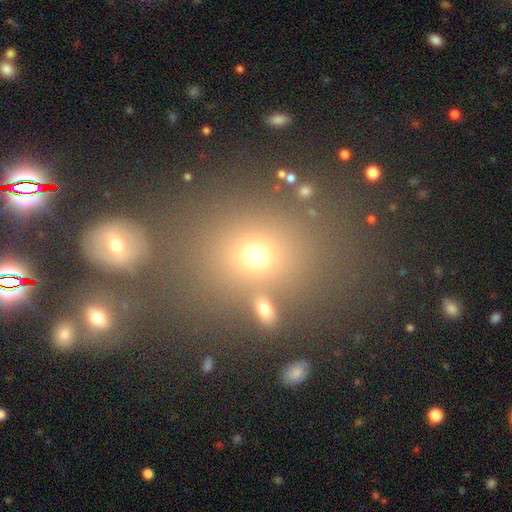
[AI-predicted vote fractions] Smooth or featured? Predicted: smooth (p=0.64). How rounded? Predicted: round (p=0.69). Merging? Predicted: none (p=0.70).